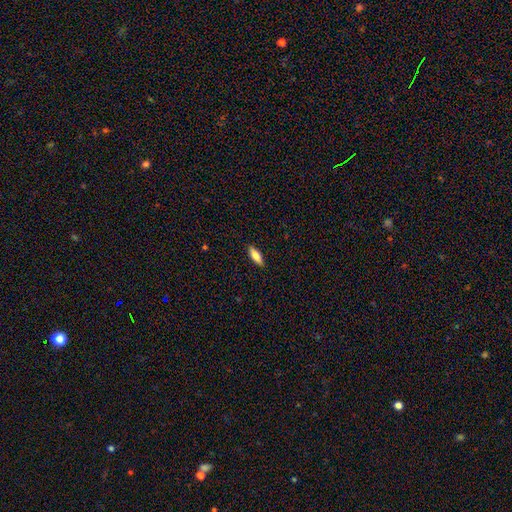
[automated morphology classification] type=smooth (74%); roundness=in between (60%); merging=none (89%).